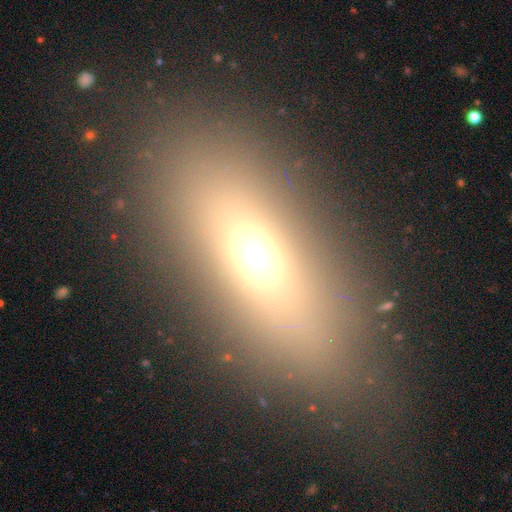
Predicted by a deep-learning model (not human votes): Smooth or featured: smooth — 62% (featured or disk — 22%)
How rounded: in between — 71% (cigar-shaped — 21%)
Merging: none — 83% (minor disturbance — 9%)